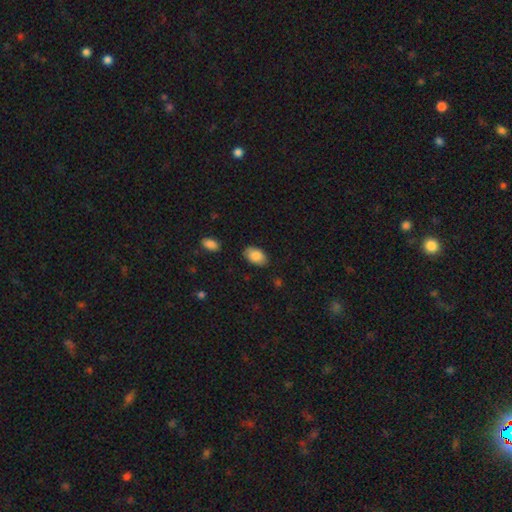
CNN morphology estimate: This appears to be a smooth galaxy with no disk features (87%) that is in between round and cigar-shaped (92%). Merging: none (84%).